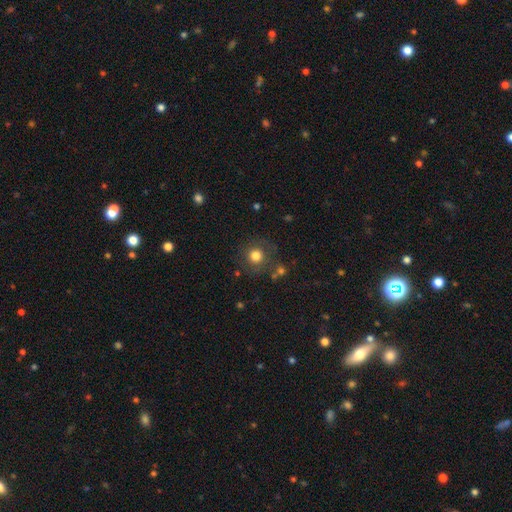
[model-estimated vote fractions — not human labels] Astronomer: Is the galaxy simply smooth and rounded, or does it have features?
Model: smooth — 78%.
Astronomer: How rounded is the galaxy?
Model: round — 93%.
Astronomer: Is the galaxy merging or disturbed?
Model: none — 78%.